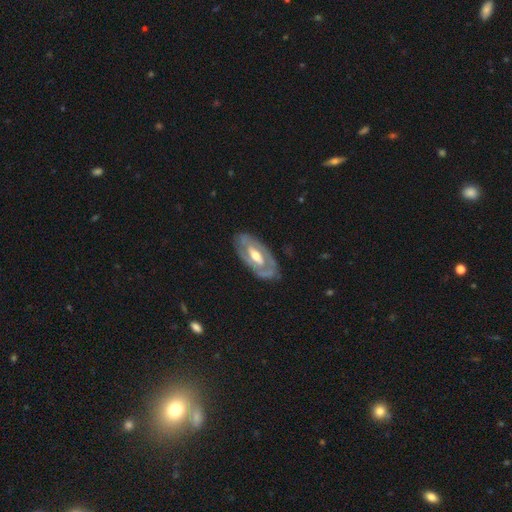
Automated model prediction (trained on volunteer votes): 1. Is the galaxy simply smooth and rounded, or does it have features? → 75% featured or disk, 20% smooth, 4% star or artifact.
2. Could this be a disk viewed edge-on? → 90% no, 10% yes.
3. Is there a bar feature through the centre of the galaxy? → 35% no, 34% weak, 31% strong.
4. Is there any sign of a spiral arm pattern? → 54% yes, 46% no.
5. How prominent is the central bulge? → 69% moderate, 17% small, 12% large, 1% none, 1% dominant.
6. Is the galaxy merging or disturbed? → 78% none, 15% minor disturbance, 5% major disturbance, 1% merger.